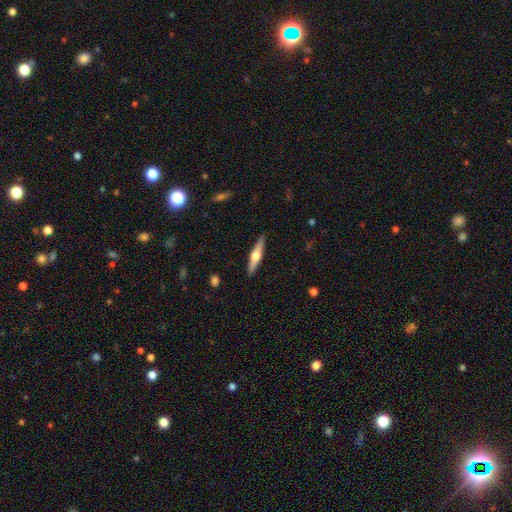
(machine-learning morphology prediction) smooth_or_featured: featured or disk (p=0.65) [alt: smooth p=0.30]
disk_edge_on: yes (p=0.97) [alt: no p=0.03]
edge_on_bulge: rounded (p=0.94) [alt: boxy p=0.04]
merging: none (p=0.92) [alt: minor disturbance p=0.06]